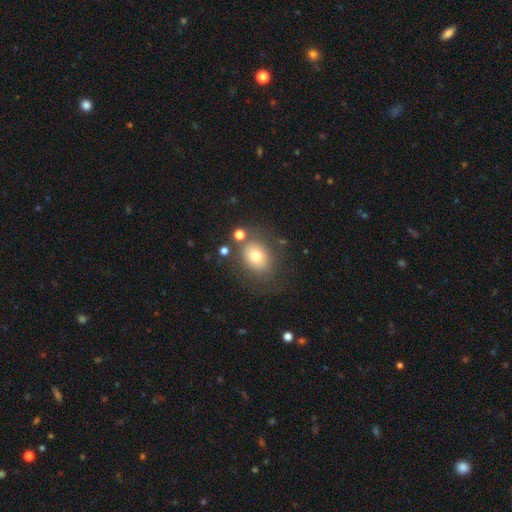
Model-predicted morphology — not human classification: Smooth or featured?
  - smooth: 71% *
  - featured or disk: 17%
  - star or artifact: 12%
How rounded?
  - round: 55% *
  - in between: 44%
  - cigar-shaped: 1%
Merging?
  - none: 70% *
  - minor disturbance: 14%
  - major disturbance: 8%
  - merger: 8%